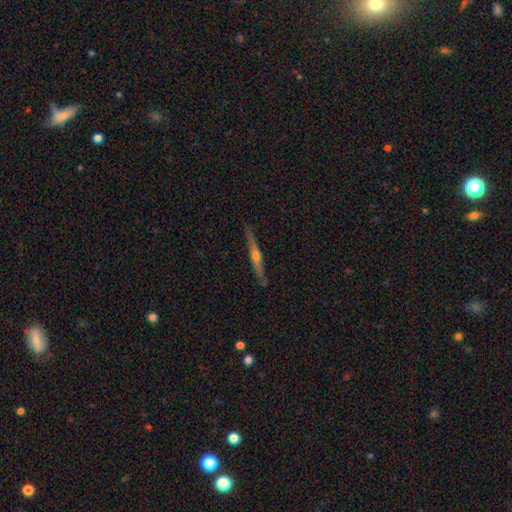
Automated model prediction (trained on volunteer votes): Smooth or featured? featured or disk (74%)
Edge-on disk? yes (97%)
Edge-on bulge? rounded (85%)
Merging? none (86%)